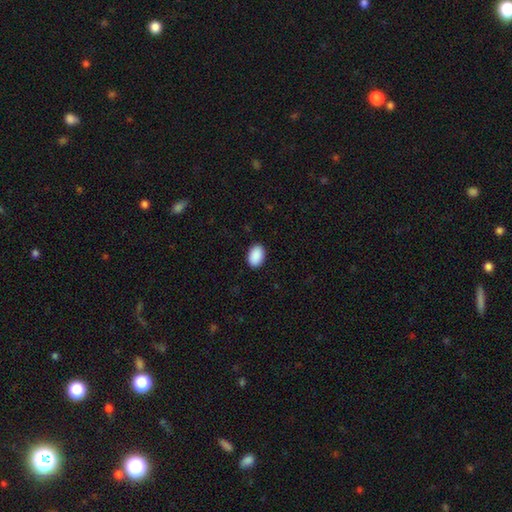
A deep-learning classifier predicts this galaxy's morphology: smooth_or_featured: smooth (p=0.91) [alt: star or artifact p=0.07]
how_rounded: in between (p=0.90) [alt: round p=0.09]
merging: none (p=0.90) [alt: minor disturbance p=0.07]